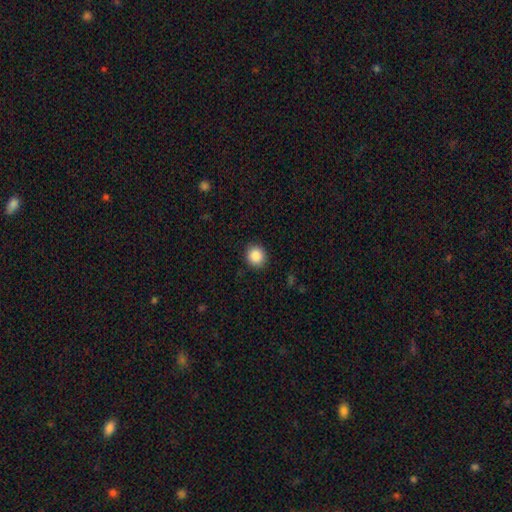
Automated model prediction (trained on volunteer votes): A smooth galaxy with no disk features (88%) that is round (89%).

Vote fractions:
- Smooth or featured? smooth: 88% / star or artifact: 9% / featured or disk: 3%
- How rounded? round: 89% / in between: 11% / cigar-shaped: 1%
- Merging? none: 90% / minor disturbance: 7% / major disturbance: 2% / merger: 1%